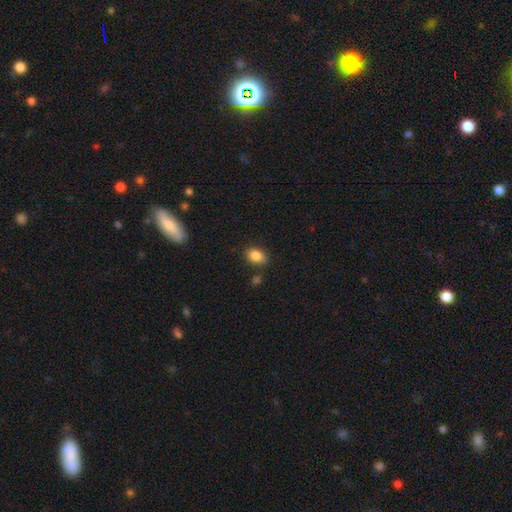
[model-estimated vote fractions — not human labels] Overall: smooth (86%). How rounded: in between (82%). Merging: none (79%).